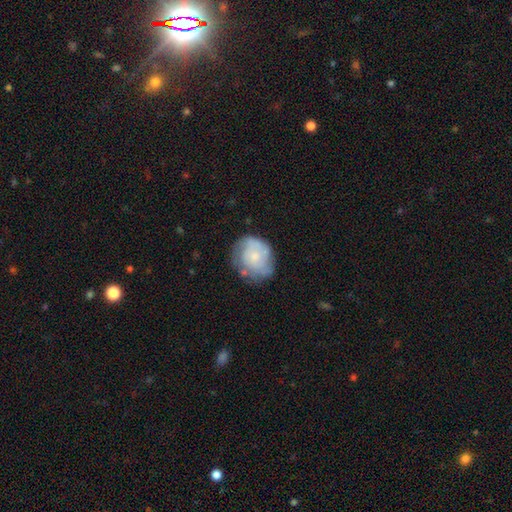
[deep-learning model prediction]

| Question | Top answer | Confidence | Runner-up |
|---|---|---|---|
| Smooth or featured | featured or disk | 47% | smooth (45%) |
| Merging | none | 61% | minor disturbance (26%) |